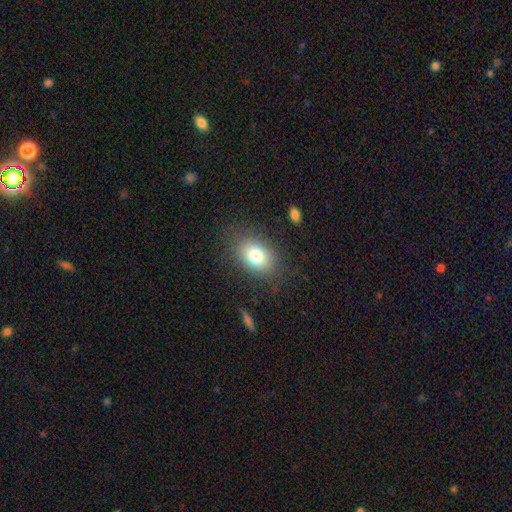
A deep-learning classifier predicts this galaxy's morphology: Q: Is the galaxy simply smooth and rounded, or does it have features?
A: smooth — 77%.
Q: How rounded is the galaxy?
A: in between — 72%.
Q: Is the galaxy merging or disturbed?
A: none — 81%.